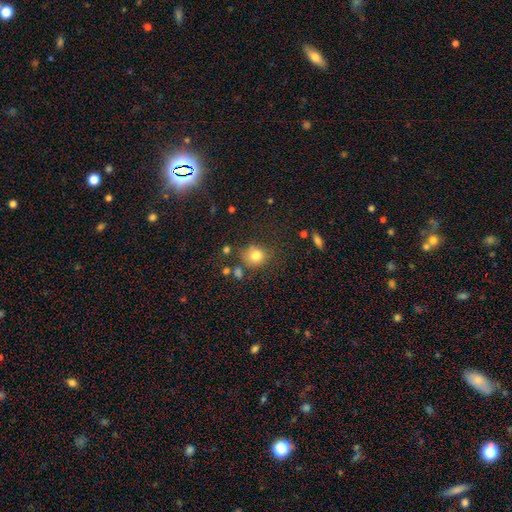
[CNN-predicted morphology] smooth-or-featured: smooth: 79% | star or artifact: 13% | featured or disk: 9%
  how-rounded: round: 80% | in between: 19% | cigar-shaped: 1%
  merging: none: 71% | minor disturbance: 16% | merger: 7% | major disturbance: 6%